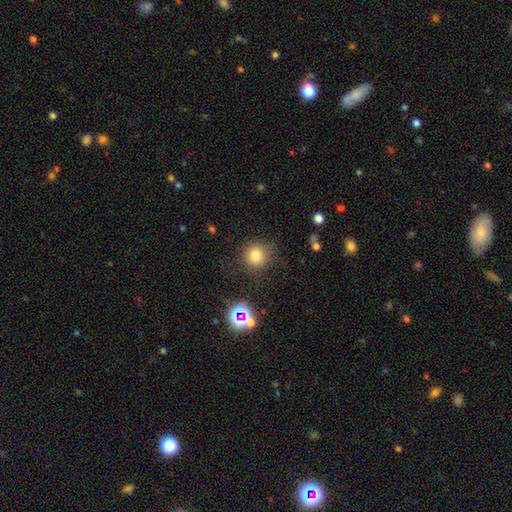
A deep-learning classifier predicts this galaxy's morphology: smooth 76%, star or artifact 16%, featured or disk 8%. Down the decision tree: how rounded — round (91%); merging — none (82%).